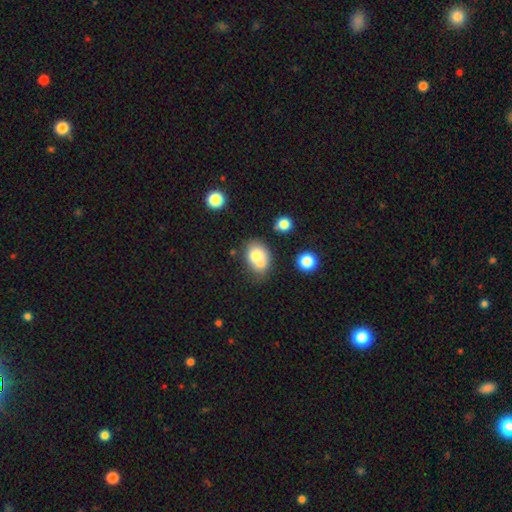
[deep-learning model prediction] Smooth or featured?
  - smooth: 72% *
  - featured or disk: 18%
  - star or artifact: 10%
How rounded?
  - in between: 56% *
  - round: 43%
  - cigar-shaped: 1%
Merging?
  - merger: 44% *
  - none: 35%
  - minor disturbance: 15%
  - major disturbance: 6%